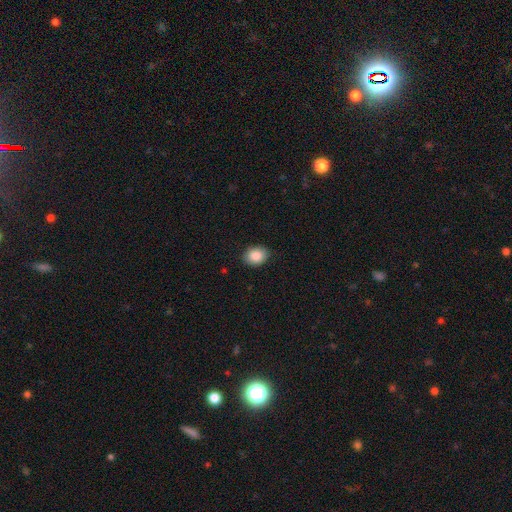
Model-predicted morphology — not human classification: smooth 87%, star or artifact 8%, featured or disk 5%. Down the decision tree: how rounded — in between (55%); merging — none (87%).